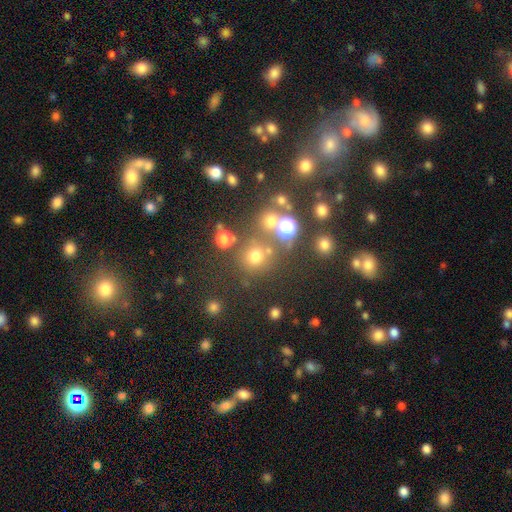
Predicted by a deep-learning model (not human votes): smooth 64%, star or artifact 27%, featured or disk 9%. Down the decision tree: how rounded — round (90%); merging — none (71%).